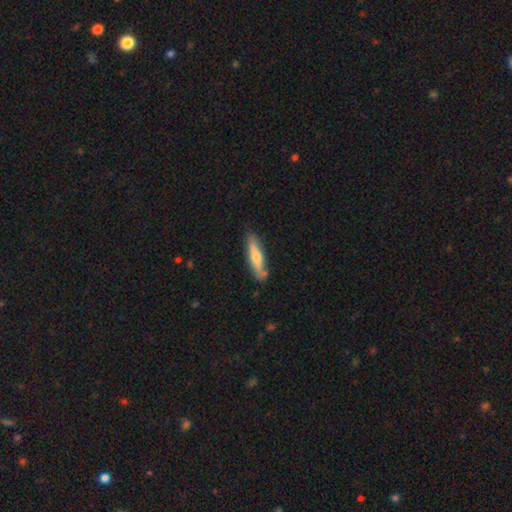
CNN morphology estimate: Smooth or featured? Predicted: smooth (p=0.59). How rounded? Predicted: cigar-shaped (p=0.83). Merging? Predicted: none (p=0.78).